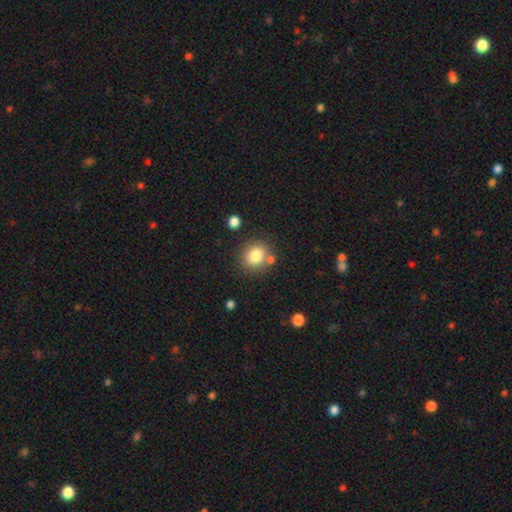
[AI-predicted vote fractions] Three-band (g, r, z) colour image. It shows a smooth galaxy with no disk features (81%) that is round (76%). Merging: none (75%).